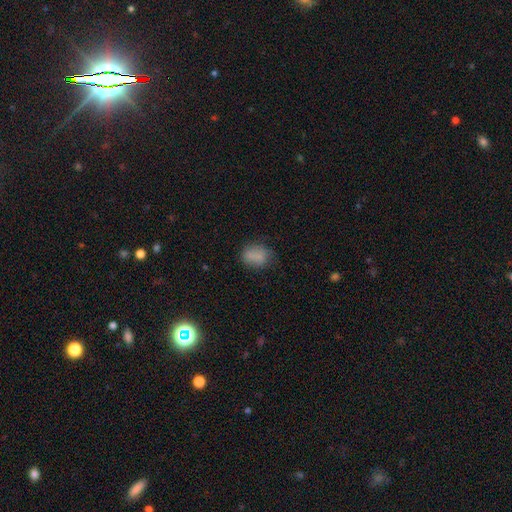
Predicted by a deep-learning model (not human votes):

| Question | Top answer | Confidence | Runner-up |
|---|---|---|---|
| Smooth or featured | smooth | 80% | star or artifact (11%) |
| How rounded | round | 51% | in between (47%) |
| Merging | none | 70% | minor disturbance (20%) |